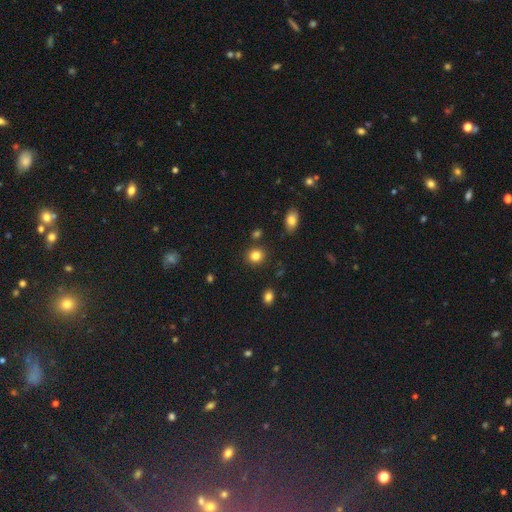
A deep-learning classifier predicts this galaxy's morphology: This appears to be a smooth galaxy with no disk features (84%) that is round (82%). Merging: none (86%).